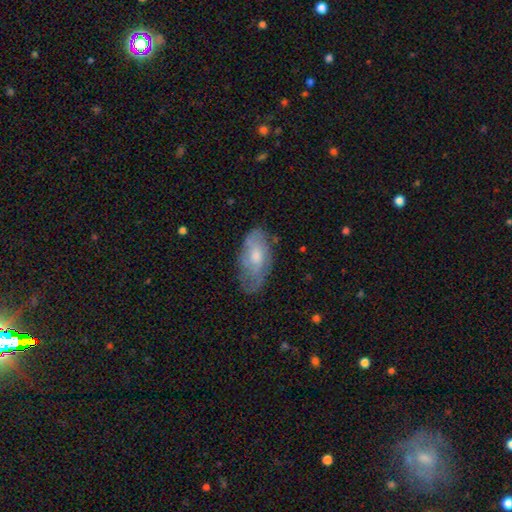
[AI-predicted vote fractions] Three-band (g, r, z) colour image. It shows a smooth galaxy with no disk features (50%) that is in between round and cigar-shaped (91%). Merging: none (59%).